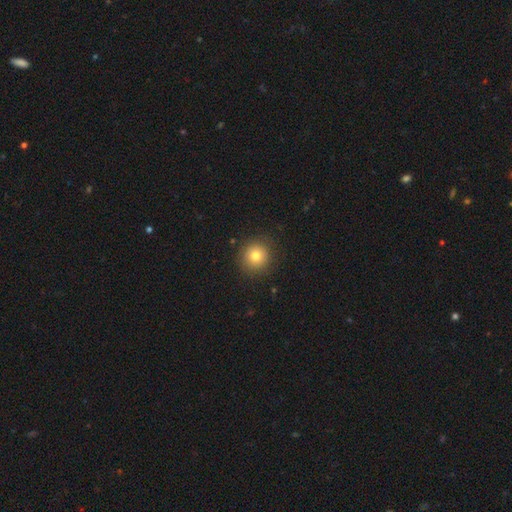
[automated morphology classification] Q: Smooth or featured?
A: smooth (79%); runner-up: star or artifact (11%)
Q: How rounded?
A: round (93%); runner-up: in between (6%)
Q: Merging?
A: none (89%); runner-up: minor disturbance (8%)